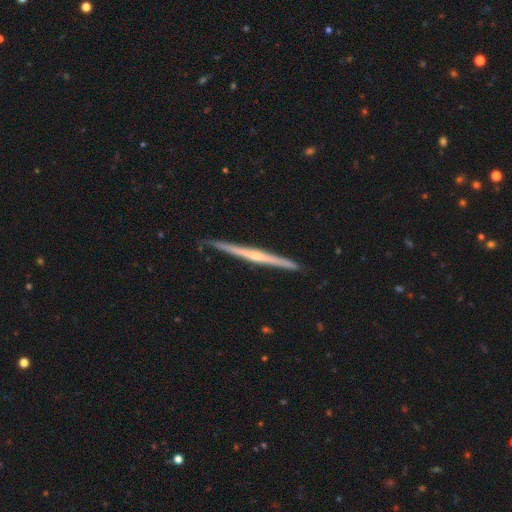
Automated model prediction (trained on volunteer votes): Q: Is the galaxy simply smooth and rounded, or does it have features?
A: featured or disk — 75%.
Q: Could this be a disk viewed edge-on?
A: yes — 98%.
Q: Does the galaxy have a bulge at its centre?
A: rounded — 54%.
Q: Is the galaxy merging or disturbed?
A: none — 87%.